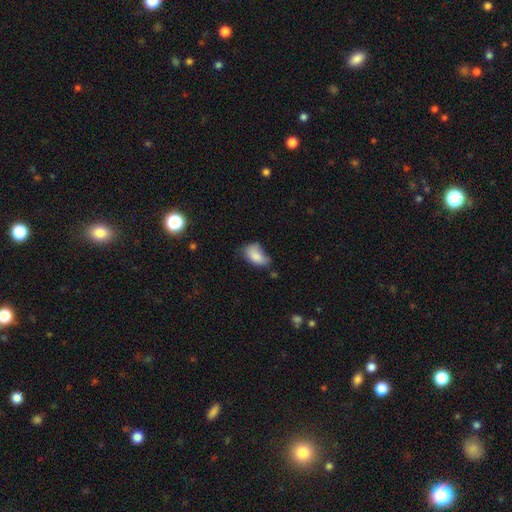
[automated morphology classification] A smooth galaxy with no disk features (83%) that is in between round and cigar-shaped (92%). Merging: none (41%, tied with minor disturbance).